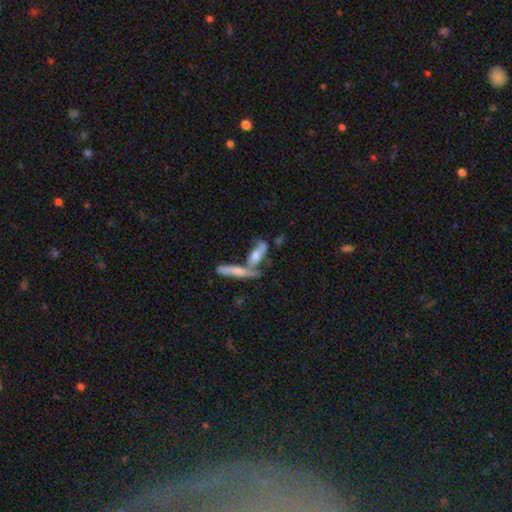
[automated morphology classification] A featured or disk galaxy (46%).

Vote fractions:
- Smooth or featured? featured or disk: 46% / smooth: 44% / star or artifact: 9%
- Merging? merger: 50% / none: 30% / minor disturbance: 11% / major disturbance: 8%